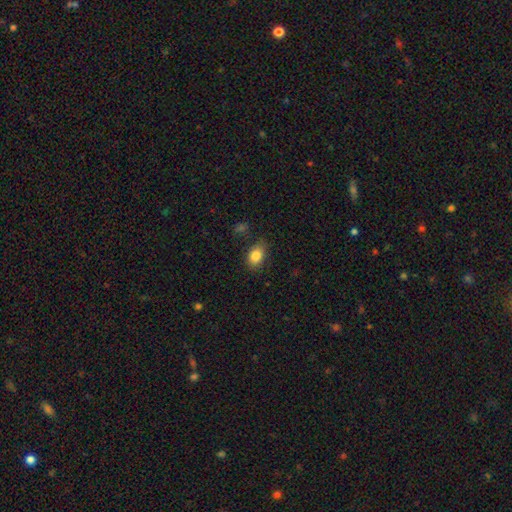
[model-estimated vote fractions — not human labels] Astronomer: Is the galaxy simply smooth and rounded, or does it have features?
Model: smooth — 84%.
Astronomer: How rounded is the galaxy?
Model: in between — 80%.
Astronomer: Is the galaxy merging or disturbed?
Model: none — 80%.